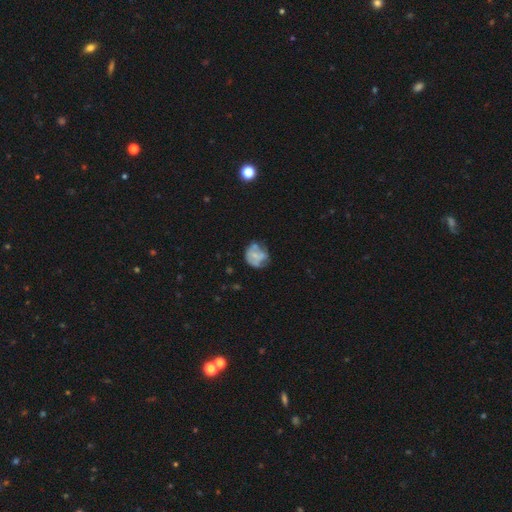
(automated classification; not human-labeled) Q: Smooth or featured?
A: featured or disk (47%); runner-up: smooth (43%)
Q: Merging?
A: none (44%); runner-up: minor disturbance (29%)